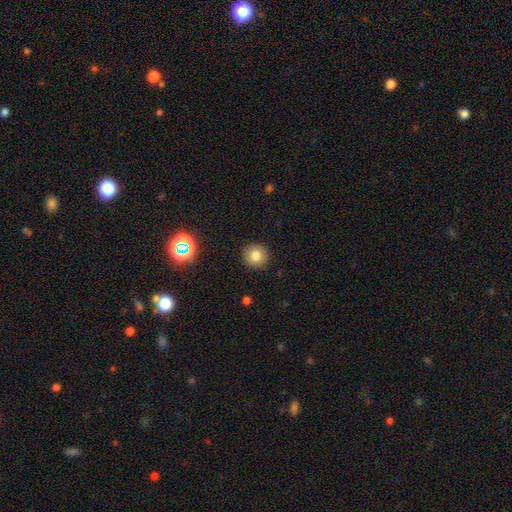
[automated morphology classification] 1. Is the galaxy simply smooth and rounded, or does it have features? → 79% smooth, 12% star or artifact, 9% featured or disk.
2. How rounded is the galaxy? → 93% round, 6% in between, 1% cigar-shaped.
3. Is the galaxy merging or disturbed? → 91% none, 6% minor disturbance, 2% major disturbance, 1% merger.